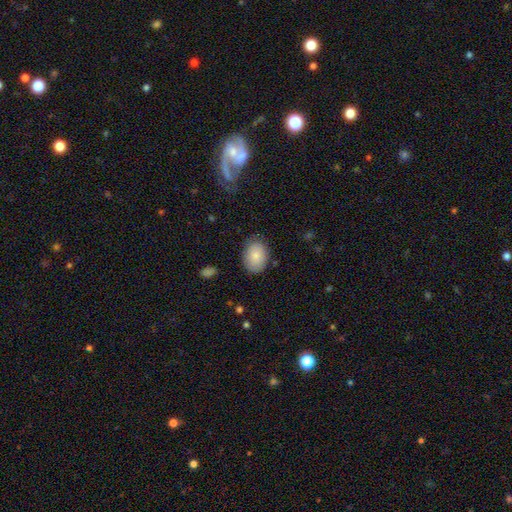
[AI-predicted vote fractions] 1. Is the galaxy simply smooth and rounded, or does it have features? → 83% smooth, 10% featured or disk, 7% star or artifact.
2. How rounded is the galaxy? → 80% in between, 19% round, 1% cigar-shaped.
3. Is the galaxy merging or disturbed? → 79% none, 16% minor disturbance, 4% major disturbance, 1% merger.